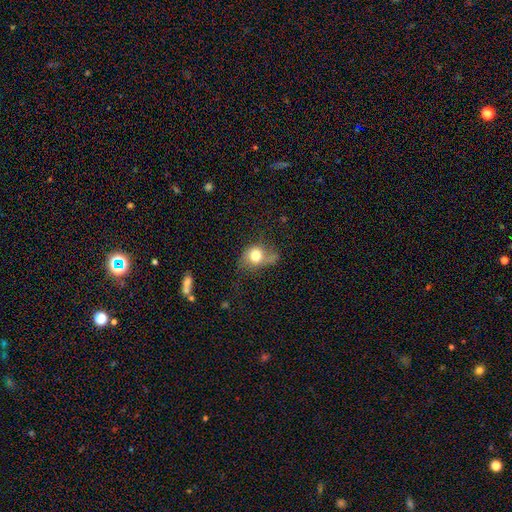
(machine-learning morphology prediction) This appears to be a smooth galaxy with no disk features (71%) that is round (56%). Merging: none (41%).